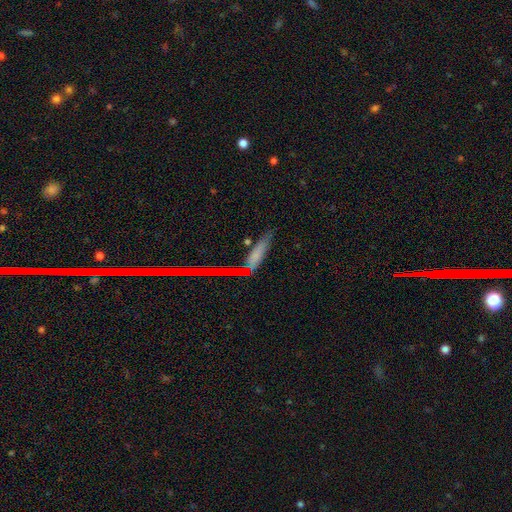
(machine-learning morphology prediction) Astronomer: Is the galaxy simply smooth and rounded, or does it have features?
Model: smooth — 59%.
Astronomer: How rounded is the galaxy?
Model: cigar-shaped — 80%.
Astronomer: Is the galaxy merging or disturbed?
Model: none — 66%.